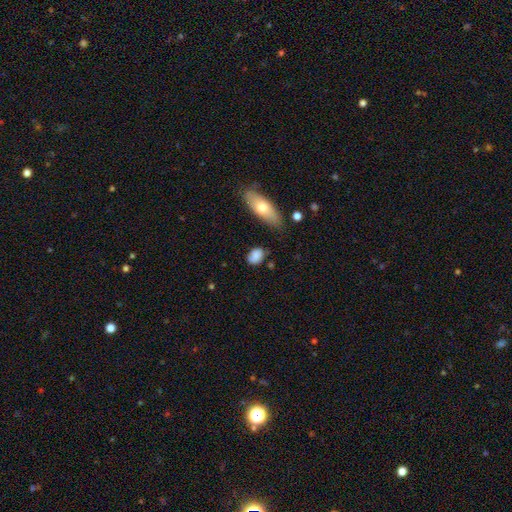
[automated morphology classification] This appears to be a smooth galaxy with no disk features (84%) that is in between round and cigar-shaped (73%). Merging: none (73%).